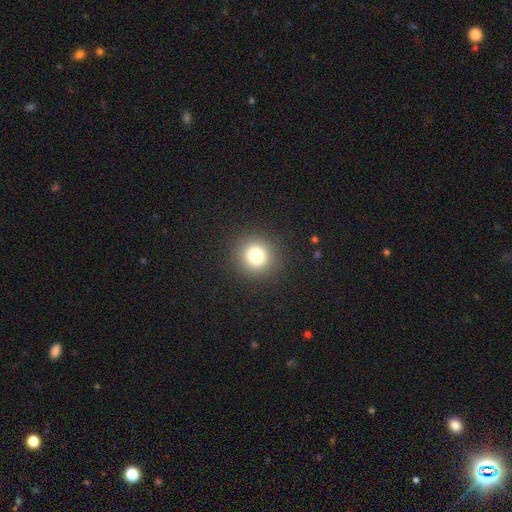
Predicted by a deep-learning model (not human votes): Overall: smooth (79%). How rounded: round (93%). Merging: none (91%).